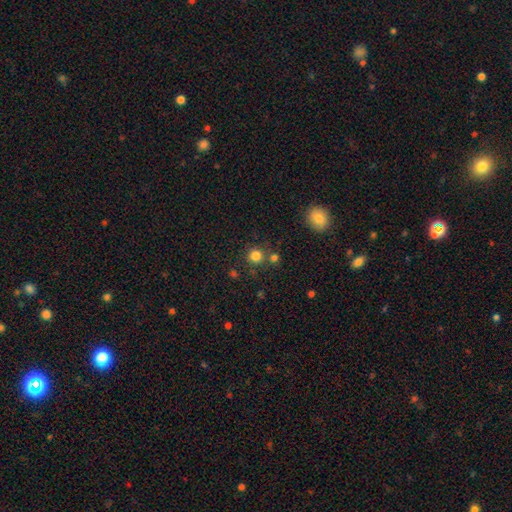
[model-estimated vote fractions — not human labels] The model was most divided on "merging": none: 75%, merger: 14%, minor disturbance: 8%, major disturbance: 3%. More confident: how rounded — round (92%); smooth or featured — smooth (81%).